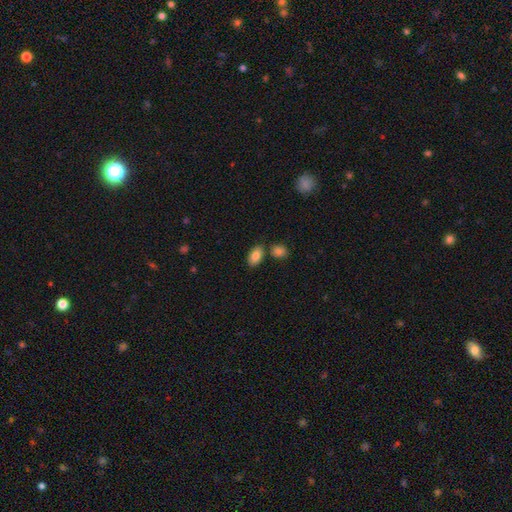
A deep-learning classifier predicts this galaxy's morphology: Smooth or featured? Predicted: smooth (p=0.84). How rounded? Predicted: in between (p=0.92). Merging? Predicted: none (p=0.73).